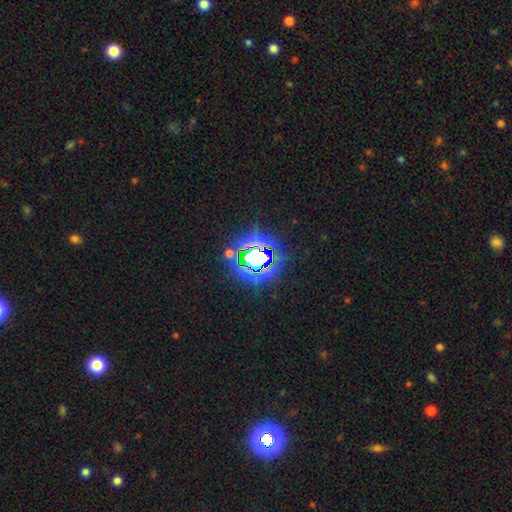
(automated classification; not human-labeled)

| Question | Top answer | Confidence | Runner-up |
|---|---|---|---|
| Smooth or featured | star or artifact | 79% | smooth (12%) |